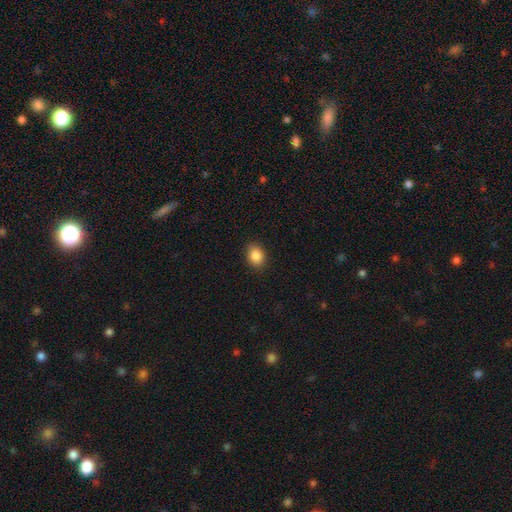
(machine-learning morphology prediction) smooth-or-featured: smooth: 87% | star or artifact: 9% | featured or disk: 4%
  how-rounded: in between: 62% | round: 37% | cigar-shaped: 1%
  merging: none: 87% | minor disturbance: 9% | major disturbance: 2% | merger: 1%